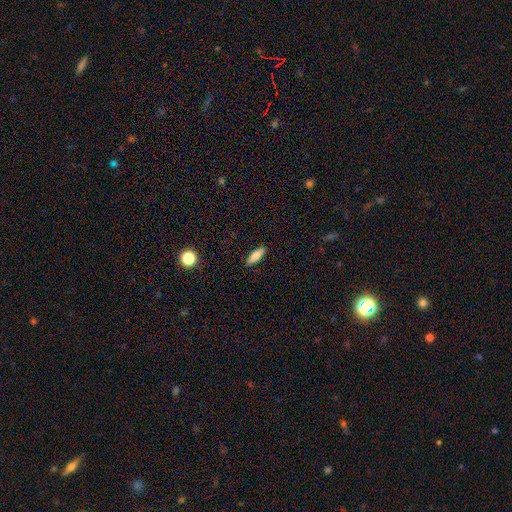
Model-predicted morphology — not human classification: Smooth or featured? smooth (84%)
How rounded? cigar-shaped (50%)
Merging? none (88%)